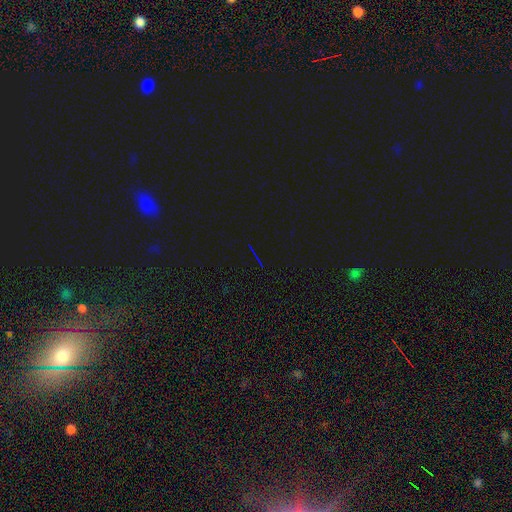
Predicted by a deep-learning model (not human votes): Q: Smooth or featured?
A: star or artifact (78%); runner-up: featured or disk (11%)